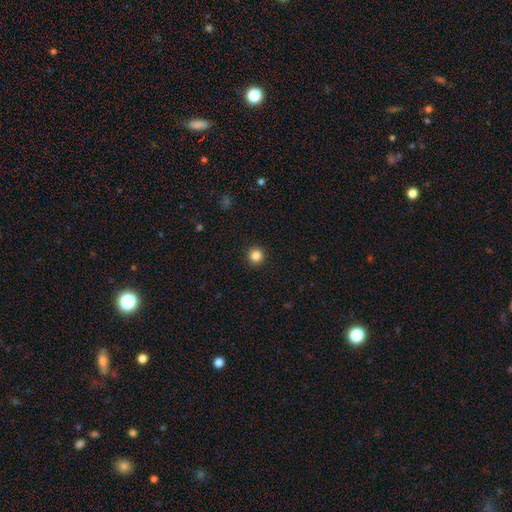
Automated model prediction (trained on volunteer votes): smooth_or_featured: smooth (p=0.85) [alt: star or artifact p=0.11]
how_rounded: round (p=0.95) [alt: in between p=0.04]
merging: none (p=0.93) [alt: minor disturbance p=0.05]